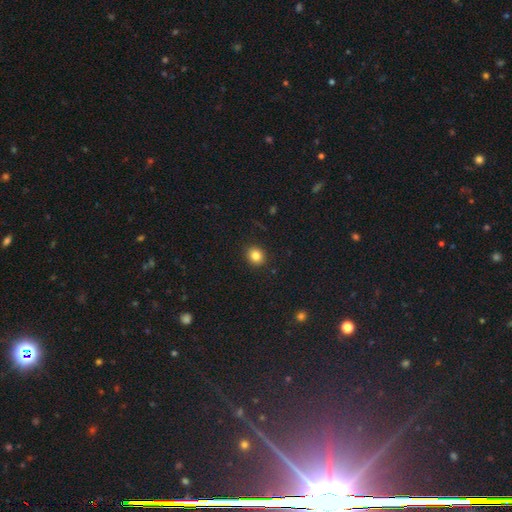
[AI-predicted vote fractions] A smooth galaxy with no disk features (83%) that is round (76%). Merging: none (91%).